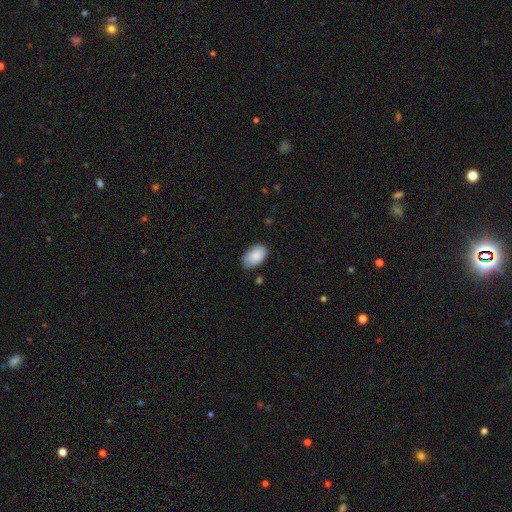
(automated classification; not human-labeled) A smooth galaxy with no disk features (88%) that is in between round and cigar-shaped (93%). Merging: none (75%).